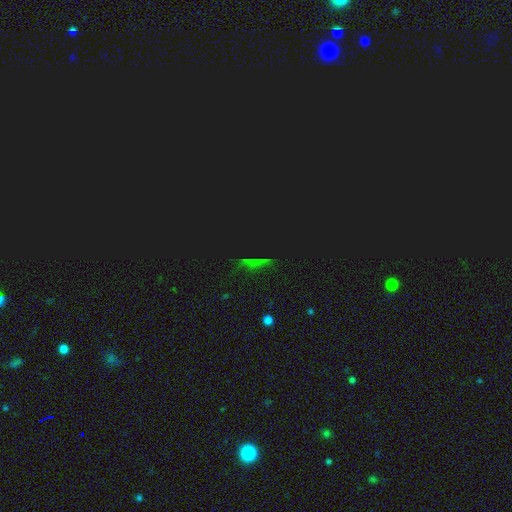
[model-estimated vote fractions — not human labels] Smooth or featured?
  - star or artifact: 71% *
  - smooth: 19%
  - featured or disk: 10%